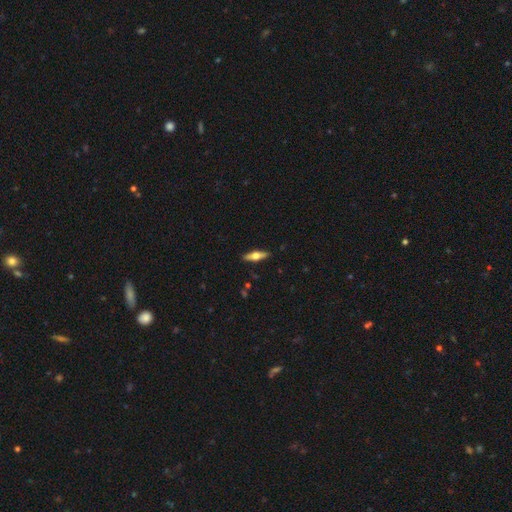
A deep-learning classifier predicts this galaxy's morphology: Smooth or featured?
  - featured or disk: 49% *
  - smooth: 46%
  - star or artifact: 6%
Merging?
  - none: 90% *
  - minor disturbance: 8%
  - major disturbance: 2%
  - merger: 1%